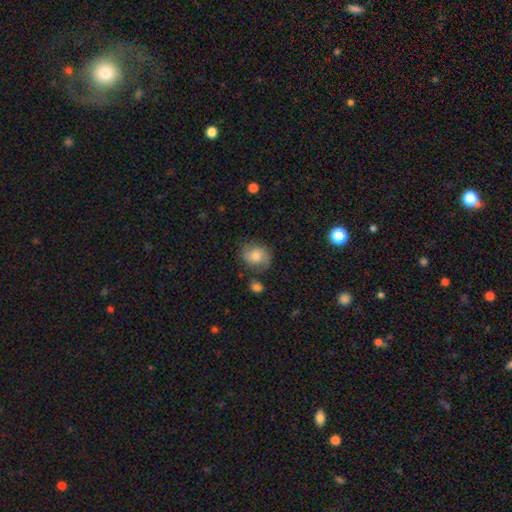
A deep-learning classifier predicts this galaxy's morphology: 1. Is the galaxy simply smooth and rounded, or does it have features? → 56% smooth, 34% featured or disk, 10% star or artifact.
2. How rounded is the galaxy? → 56% round, 43% in between, 1% cigar-shaped.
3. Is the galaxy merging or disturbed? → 66% none, 22% minor disturbance, 8% major disturbance, 4% merger.